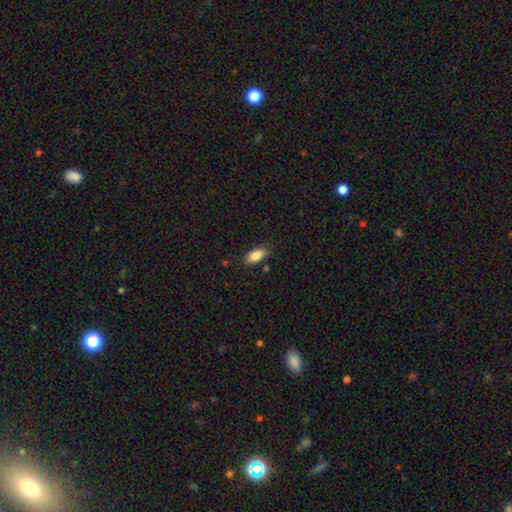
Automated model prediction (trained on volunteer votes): A smooth galaxy with no disk features (85%) that is in between round and cigar-shaped (89%).

Vote fractions:
- Smooth or featured? smooth: 85% / featured or disk: 7% / star or artifact: 7%
- How rounded? in between: 89% / cigar-shaped: 8% / round: 3%
- Merging? none: 84% / minor disturbance: 12% / major disturbance: 3% / merger: 2%